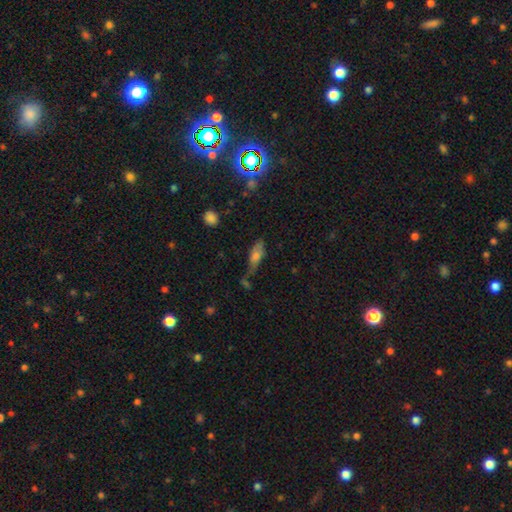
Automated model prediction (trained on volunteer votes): This is possibly a smooth galaxy (55%). How rounded: possibly in between (60%). Merging: possibly none (45%).